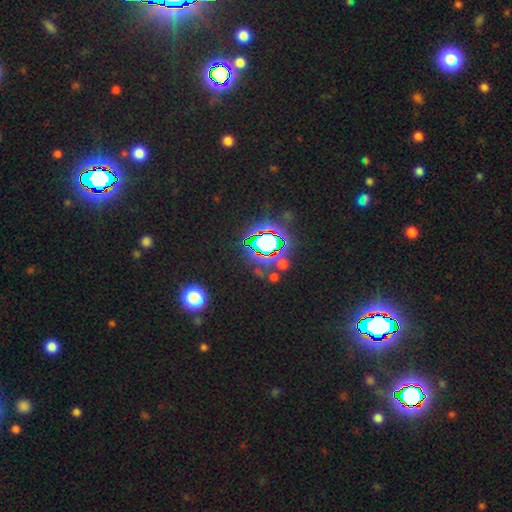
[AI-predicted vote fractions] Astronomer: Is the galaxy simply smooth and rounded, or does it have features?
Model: star or artifact — 83%.